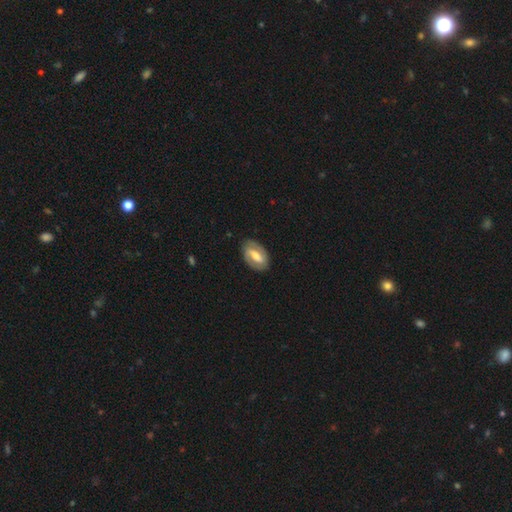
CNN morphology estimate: A featured or disk galaxy (69%) with a strong bar (49%), 2 (84%) tight (45%) spiral arms (78%) and a moderate central bulge (53%).

Vote fractions:
- Smooth or featured? featured or disk: 69% / smooth: 26% / star or artifact: 5%
- Edge-on disk? no: 95% / yes: 5%
- Bar? strong: 49% / weak: 38% / no: 13%
- Spiral arms? yes: 78% / no: 22%
- Spiral winding? tight: 45% / medium: 40% / loose: 15%
- Spiral arm count? 2: 84% / can't tell: 9% / 1: 4% / 3: 1% / 4: 1% / more than 4: 1%
- Bulge size? moderate: 53% / small: 25% / large: 15% / none: 5% / dominant: 2%
- Merging? none: 83% / minor disturbance: 12% / major disturbance: 3% / merger: 1%